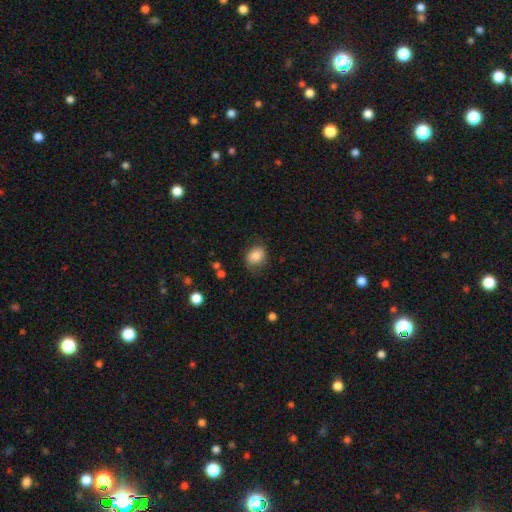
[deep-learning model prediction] smooth 82%, featured or disk 9%, star or artifact 8%. Down the decision tree: how rounded — in between (54%); merging — none (74%).